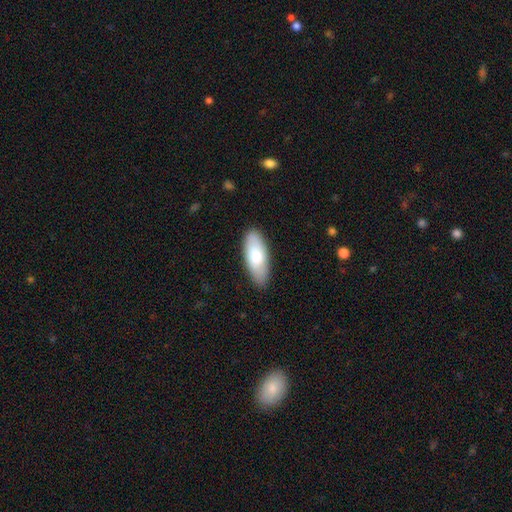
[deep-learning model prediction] The model was most divided on "how rounded": in between: 77%, cigar-shaped: 21%, round: 2%. More confident: merging — none (84%); smooth or featured — smooth (76%).